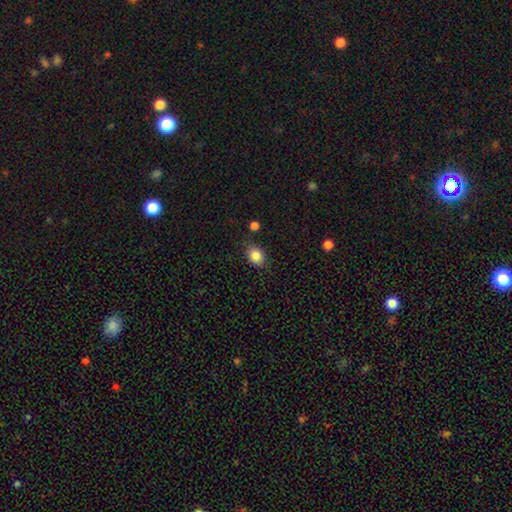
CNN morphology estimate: Overall: smooth (85%). How rounded: in between (53%; round 45%). Merging: none (80%).